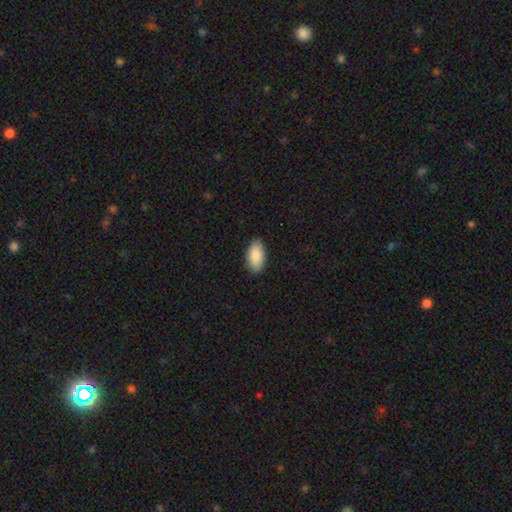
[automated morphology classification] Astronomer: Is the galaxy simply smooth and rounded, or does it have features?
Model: smooth — 88%.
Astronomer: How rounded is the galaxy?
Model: in between — 95%.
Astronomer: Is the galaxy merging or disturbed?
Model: none — 88%.